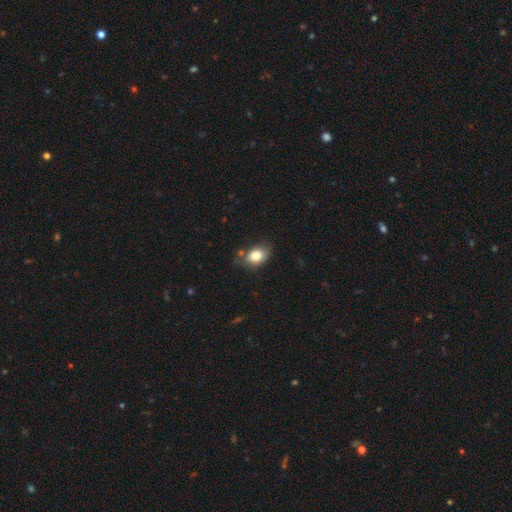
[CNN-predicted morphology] Smooth or featured: smooth — 80% (featured or disk — 11%)
How rounded: in between — 73% (round — 26%)
Merging: none — 69% (minor disturbance — 20%)